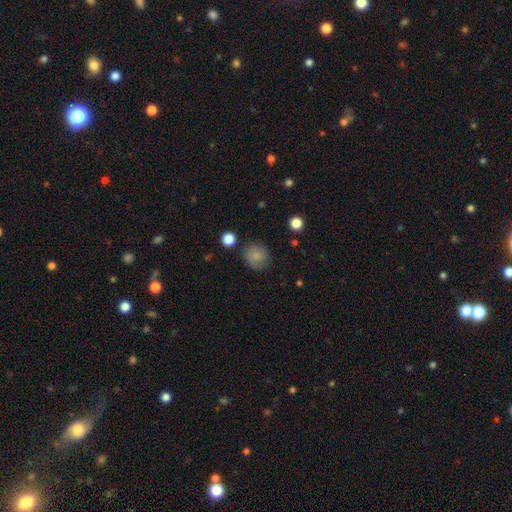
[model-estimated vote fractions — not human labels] A smooth galaxy with no disk features (84%) that is round (89%). Merging: none (83%).